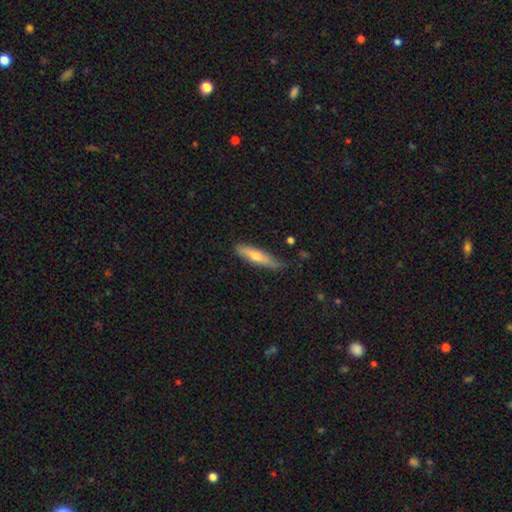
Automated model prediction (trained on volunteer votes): Overall: smooth (59%; featured or disk 35%). How rounded: cigar-shaped (77%). Merging: none (73%).